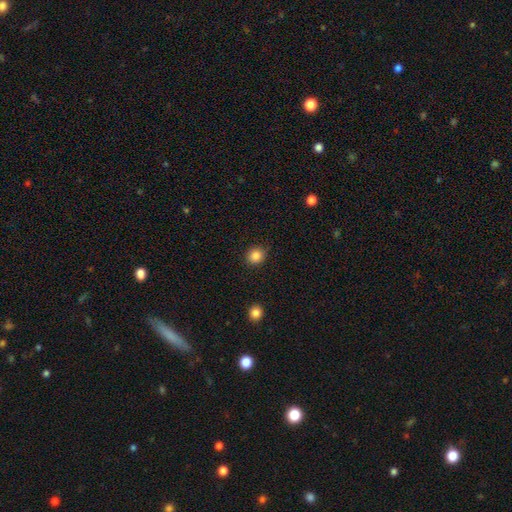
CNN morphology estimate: type=smooth (85%); roundness=round (81%); merging=none (90%).